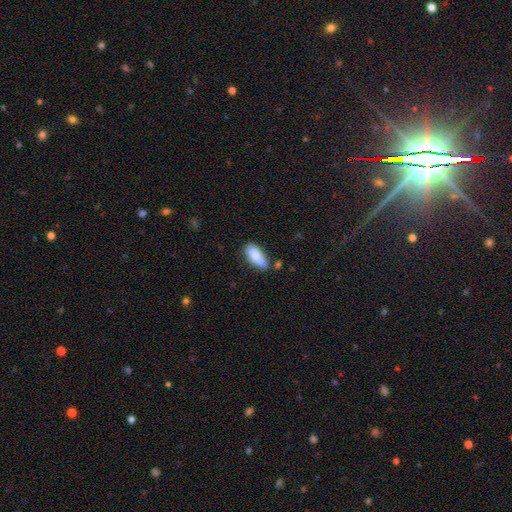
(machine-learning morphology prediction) This is clearly a smooth galaxy (85%). How rounded: likely in between (76%). Merging: likely none (64%).